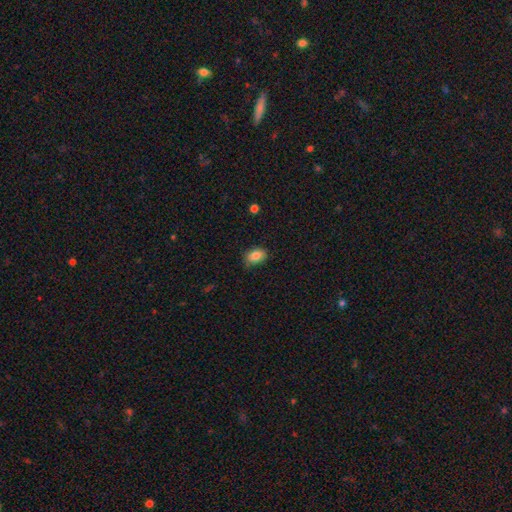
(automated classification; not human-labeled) The model was most divided on "merging": none: 74%, minor disturbance: 21%, major disturbance: 3%, merger: 1%. More confident: smooth or featured — smooth (85%); how rounded — in between (82%).